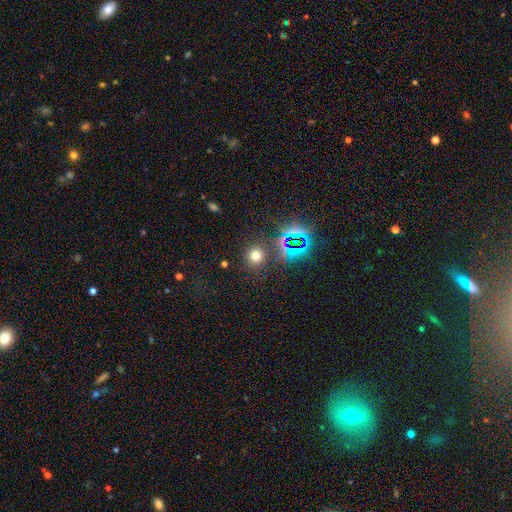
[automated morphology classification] Smooth or featured? smooth (64%)
How rounded? round (88%)
Merging? none (85%)